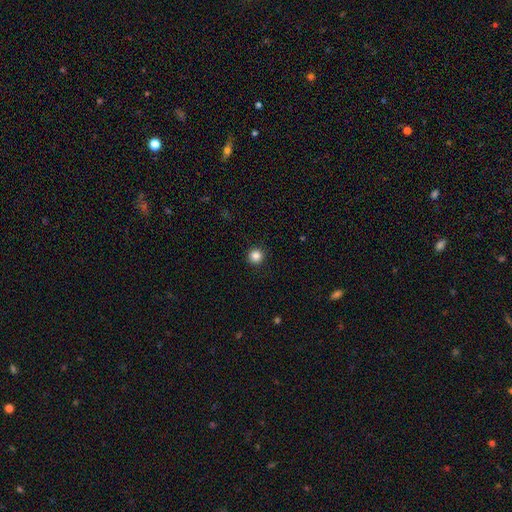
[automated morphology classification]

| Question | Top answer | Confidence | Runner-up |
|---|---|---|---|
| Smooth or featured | smooth | 85% | star or artifact (11%) |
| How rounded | round | 96% | in between (3%) |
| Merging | none | 93% | minor disturbance (4%) |